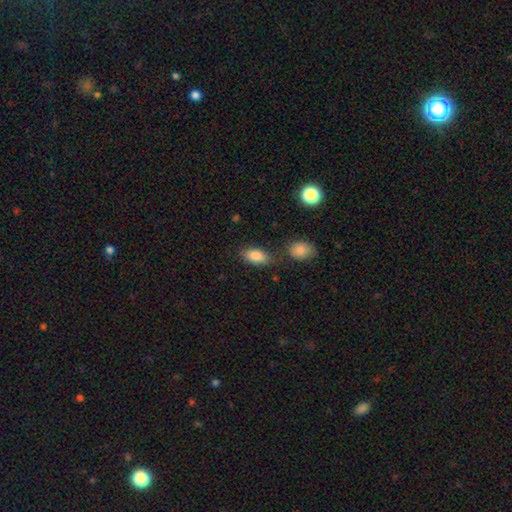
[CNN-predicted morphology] type=smooth (85%); roundness=in between (91%); merging=none (72%).